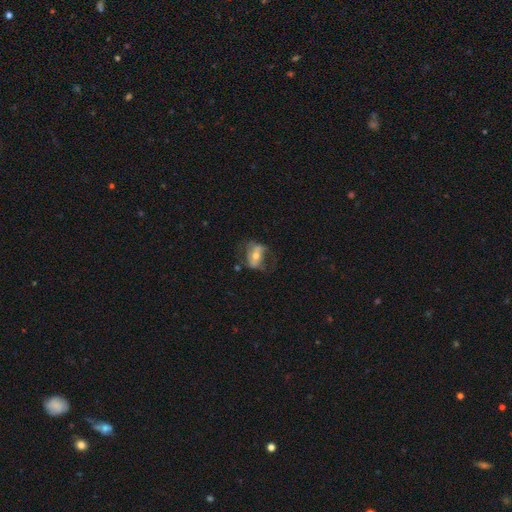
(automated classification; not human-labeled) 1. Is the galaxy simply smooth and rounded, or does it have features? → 63% featured or disk, 30% smooth, 8% star or artifact.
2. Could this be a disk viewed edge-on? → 94% no, 6% yes.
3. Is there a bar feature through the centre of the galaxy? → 37% no, 32% strong, 31% weak.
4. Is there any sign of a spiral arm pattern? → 66% yes, 34% no.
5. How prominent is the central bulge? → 67% moderate, 25% small, 6% large, 1% none, 1% dominant.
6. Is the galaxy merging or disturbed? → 49% none, 25% major disturbance, 23% minor disturbance, 3% merger.